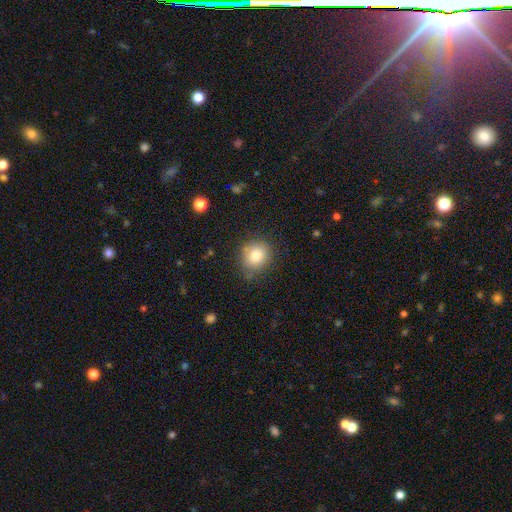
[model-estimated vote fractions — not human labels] smooth_or_featured: smooth (p=0.81) [alt: star or artifact p=0.10]
how_rounded: round (p=0.73) [alt: in between p=0.26]
merging: none (p=0.78) [alt: minor disturbance p=0.16]